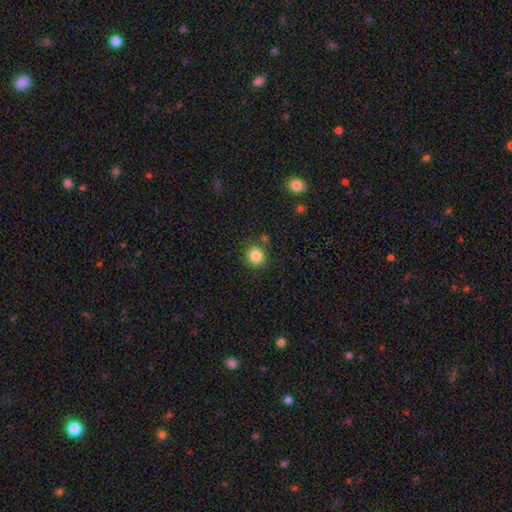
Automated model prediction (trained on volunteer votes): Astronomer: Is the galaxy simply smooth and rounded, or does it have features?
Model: smooth — 84%.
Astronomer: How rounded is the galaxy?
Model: round — 89%.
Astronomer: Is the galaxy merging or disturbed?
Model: none — 82%.